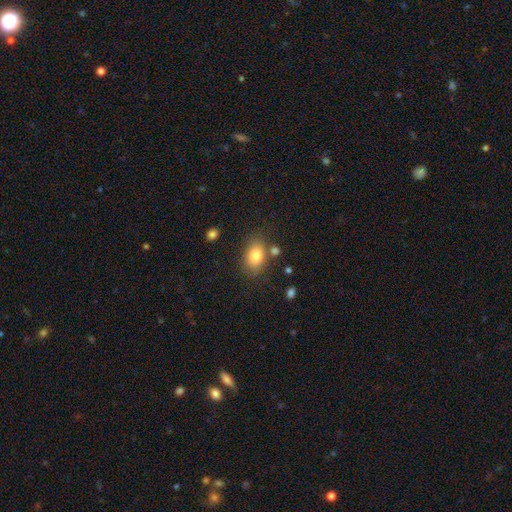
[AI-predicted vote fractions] A smooth galaxy with no disk features (81%) that is in between round and cigar-shaped (77%).

Vote fractions:
- Smooth or featured? smooth: 81% / featured or disk: 10% / star or artifact: 9%
- How rounded? in between: 77% / round: 22% / cigar-shaped: 1%
- Merging? none: 73% / minor disturbance: 15% / merger: 8% / major disturbance: 5%